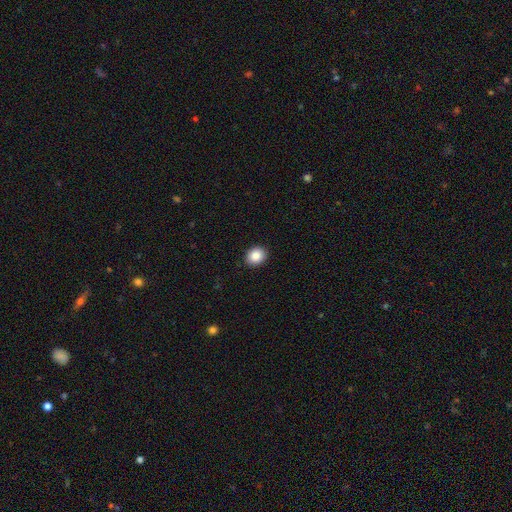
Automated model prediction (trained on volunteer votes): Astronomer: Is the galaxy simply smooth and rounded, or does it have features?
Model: smooth — 86%.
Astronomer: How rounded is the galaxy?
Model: round — 67%.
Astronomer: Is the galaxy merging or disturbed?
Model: none — 92%.